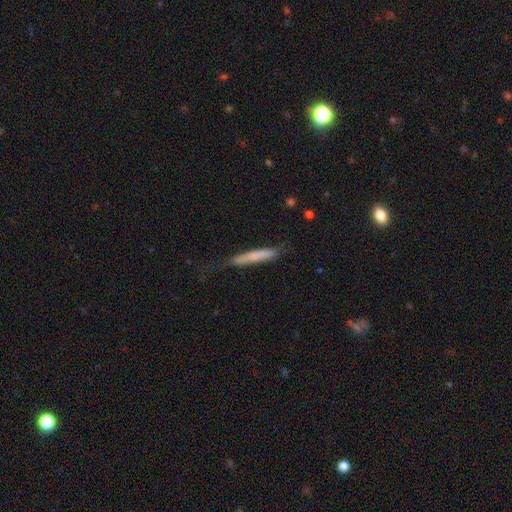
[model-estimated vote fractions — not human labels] Overall: smooth (67%). How rounded: cigar-shaped (94%). Merging: none (64%; minor disturbance 25%).